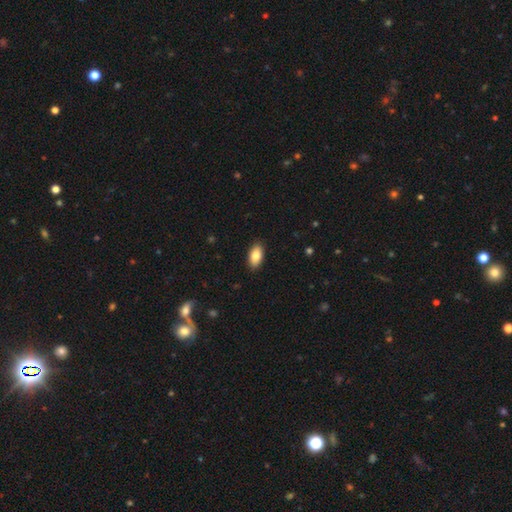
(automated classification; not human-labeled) This appears to be a smooth galaxy with no disk features (85%) that is in between round and cigar-shaped (93%). Merging: none (89%).